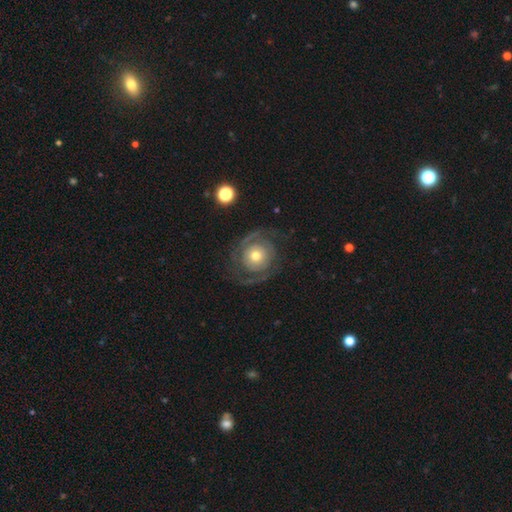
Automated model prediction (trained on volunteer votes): smooth_or_featured: featured or disk (p=0.77) [alt: smooth p=0.17]
disk_edge_on: no (p=0.97) [alt: yes p=0.03]
bar: no (p=0.83) [alt: weak p=0.13]
has_spiral_arms: yes (p=0.83) [alt: no p=0.17]
spiral_winding: tight (p=0.52) [alt: medium p=0.32]
spiral_arm_count: 2 (p=0.64) [alt: can't tell p=0.16]
bulge_size: moderate (p=0.60) [alt: small p=0.28]
merging: none (p=0.69) [alt: major disturbance p=0.15]